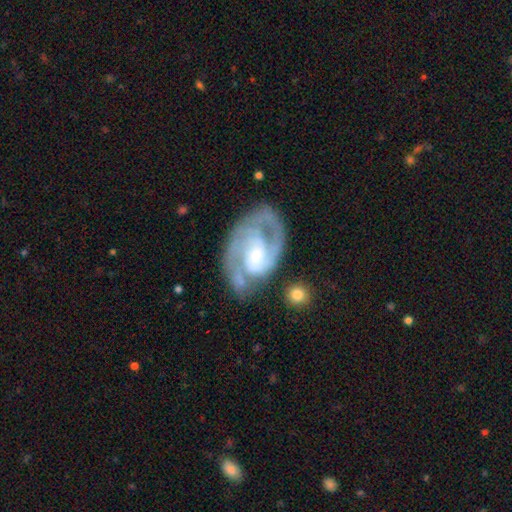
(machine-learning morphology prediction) Smooth or featured? featured or disk (87%)
Edge-on disk? no (97%)
Bar? no (44%)
Spiral arms? yes (95%)
Spiral winding? tight (46%)
Spiral arm count? 2 (66%)
Bulge size? small (51%)
Merging? none (60%)